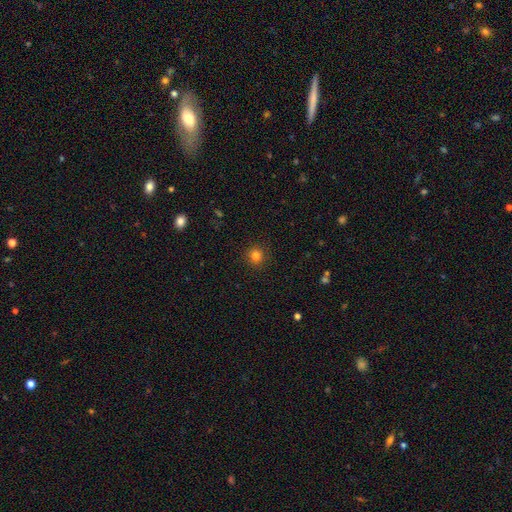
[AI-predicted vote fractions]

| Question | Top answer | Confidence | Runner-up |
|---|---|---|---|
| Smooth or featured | smooth | 82% | star or artifact (13%) |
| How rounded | round | 91% | in between (9%) |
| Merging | none | 89% | minor disturbance (7%) |